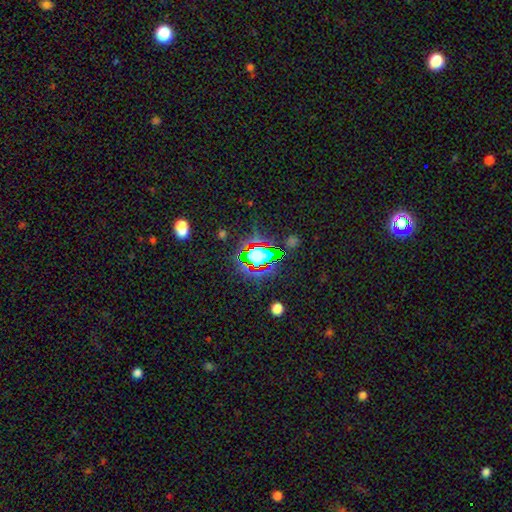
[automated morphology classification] Q: Smooth or featured?
A: star or artifact (66%); runner-up: smooth (21%)